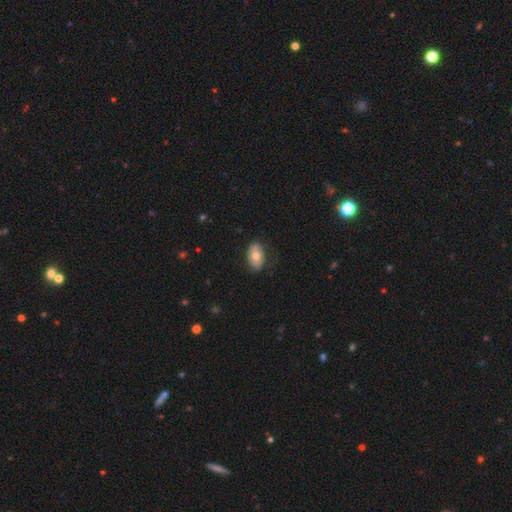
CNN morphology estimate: Smooth or featured?
  - smooth: 68% *
  - featured or disk: 25%
  - star or artifact: 7%
How rounded?
  - in between: 90% *
  - round: 9%
  - cigar-shaped: 2%
Merging?
  - none: 79% *
  - minor disturbance: 16%
  - major disturbance: 4%
  - merger: 1%